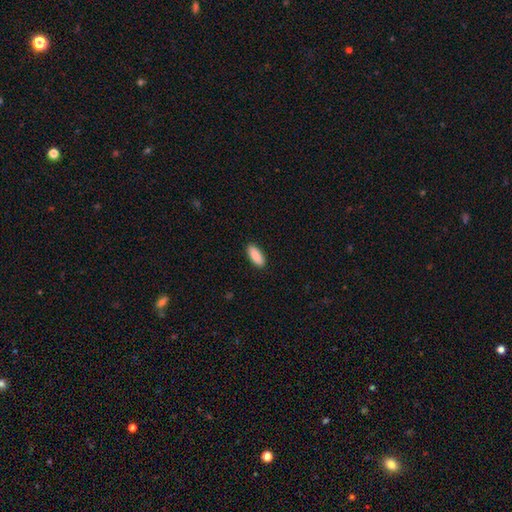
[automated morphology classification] Q: Smooth or featured?
A: smooth (90%); runner-up: star or artifact (6%)
Q: How rounded?
A: in between (80%); runner-up: cigar-shaped (18%)
Q: Merging?
A: none (90%); runner-up: minor disturbance (7%)